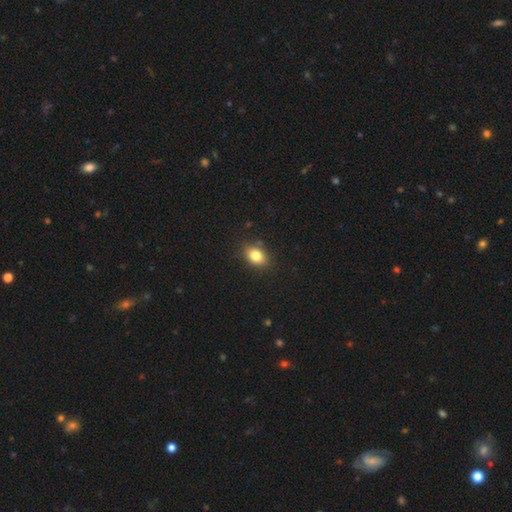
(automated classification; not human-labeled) smooth-or-featured: smooth: 82% | star or artifact: 10% | featured or disk: 8%
  how-rounded: in between: 70% | round: 29% | cigar-shaped: 1%
  merging: none: 85% | minor disturbance: 11% | major disturbance: 3% | merger: 2%